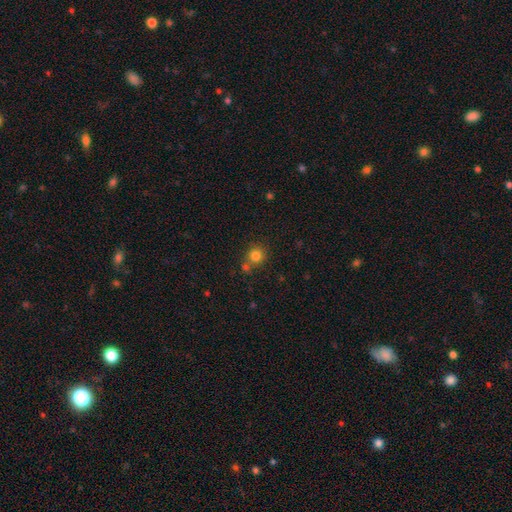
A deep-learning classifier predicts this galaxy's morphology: Overall: smooth (81%). How rounded: round (90%). Merging: none (69%).